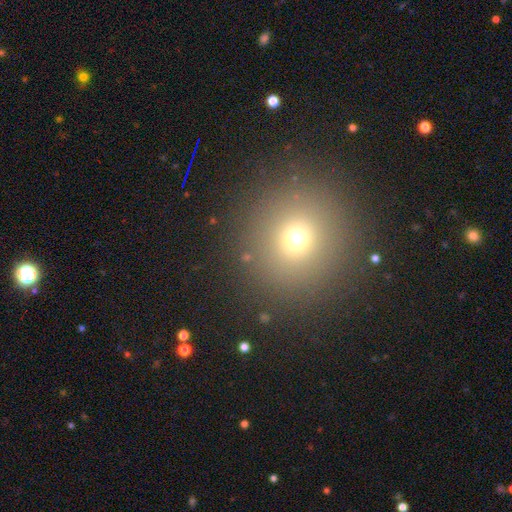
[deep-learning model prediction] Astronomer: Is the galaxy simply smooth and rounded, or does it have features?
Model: smooth — 64%.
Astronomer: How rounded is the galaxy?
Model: round — 92%.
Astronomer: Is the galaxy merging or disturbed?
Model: none — 91%.